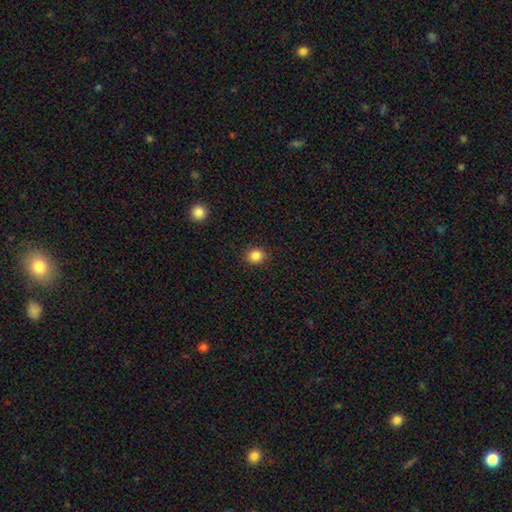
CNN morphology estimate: Q: Smooth or featured?
A: smooth (87%); runner-up: star or artifact (10%)
Q: How rounded?
A: round (82%); runner-up: in between (17%)
Q: Merging?
A: none (89%); runner-up: minor disturbance (8%)